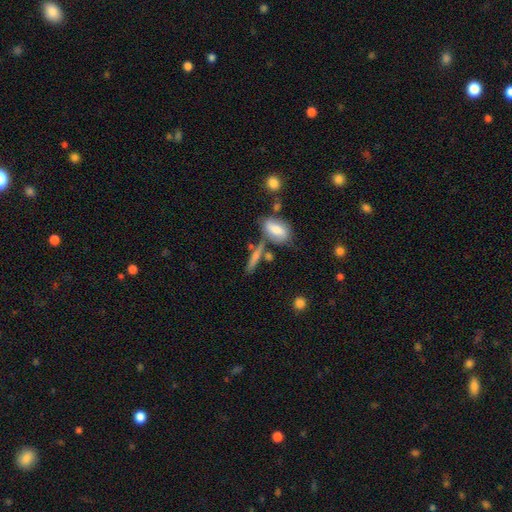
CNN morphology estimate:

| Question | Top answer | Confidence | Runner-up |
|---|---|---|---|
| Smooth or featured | smooth | 63% | featured or disk (28%) |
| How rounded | cigar-shaped | 72% | in between (23%) |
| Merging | none | 60% | merger (19%) |